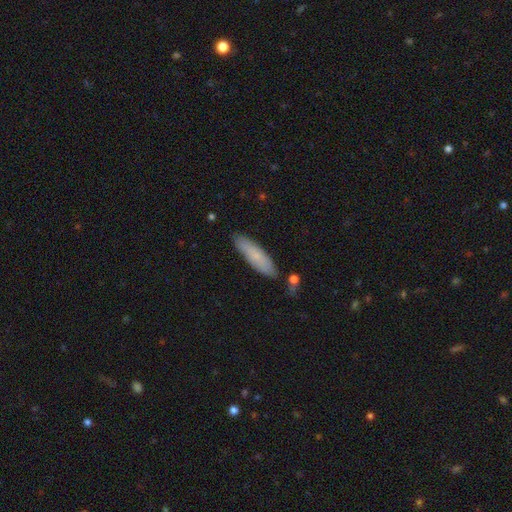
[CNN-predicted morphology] smooth-or-featured: smooth: 73% | featured or disk: 21% | star or artifact: 6%
  how-rounded: cigar-shaped: 70% | in between: 29% | round: 2%
  merging: none: 82% | minor disturbance: 13% | merger: 3% | major disturbance: 2%